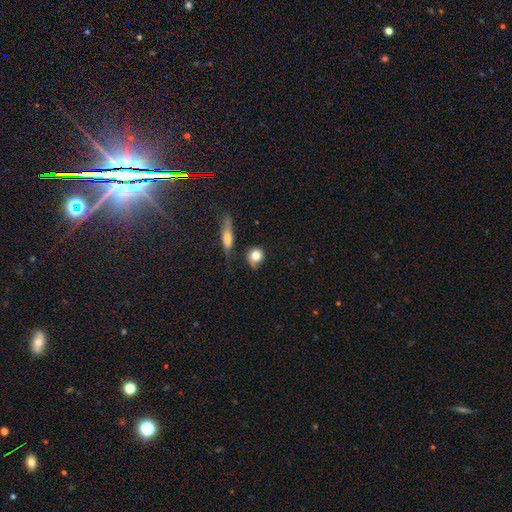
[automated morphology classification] A smooth galaxy with no disk features (81%) that is round (85%). Merging: none (66%).